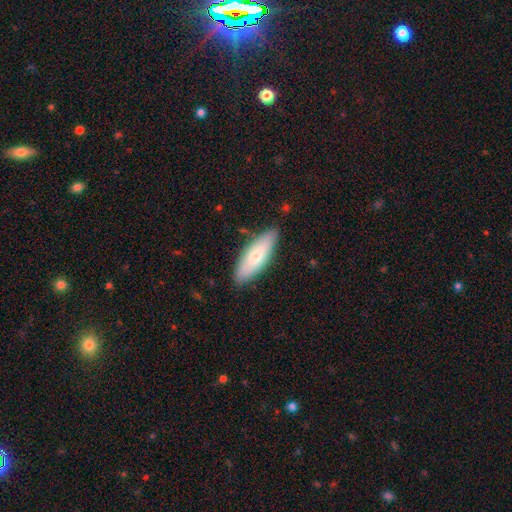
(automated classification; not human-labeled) Smooth or featured? Predicted: smooth (p=0.68). How rounded? Predicted: in between (p=0.60). Merging? Predicted: none (p=0.85).